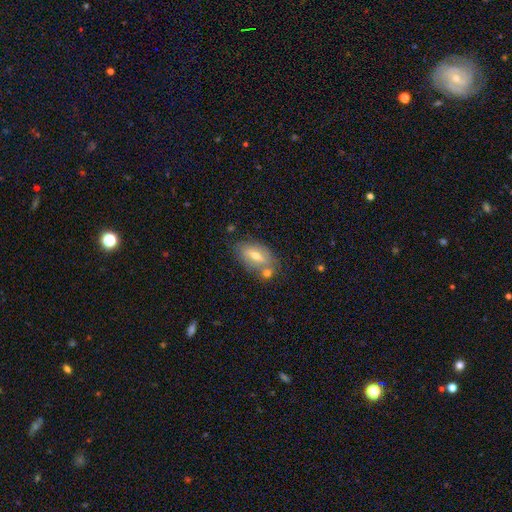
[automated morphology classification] smooth 56%, featured or disk 35%, star or artifact 10%. Down the decision tree: how rounded — in between (87%); merging — none (68%).